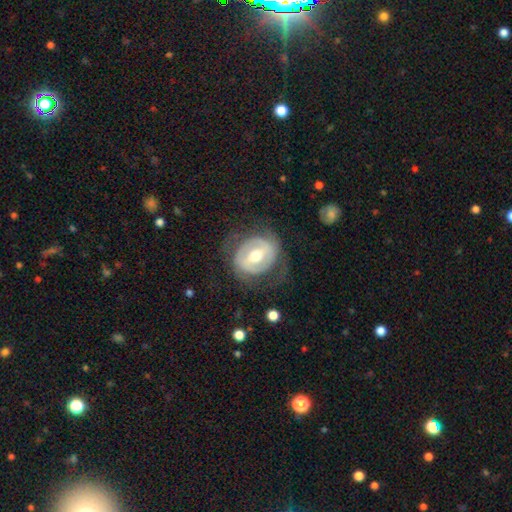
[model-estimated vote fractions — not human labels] Overall: featured or disk (73%). Edge-on disk: no (95%). Bar: strong (47%; weak 36%). Spiral arms: yes (54%; no 46%). Bulge size: moderate (72%). Merging: none (67%).